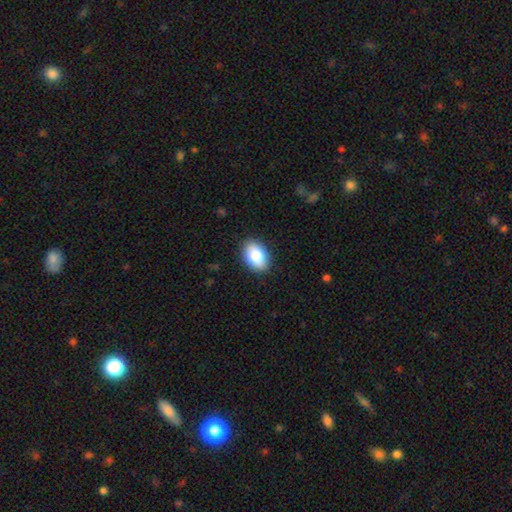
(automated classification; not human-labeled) smooth 80%, featured or disk 12%, star or artifact 8%. Down the decision tree: how rounded — in between (84%); merging — none (89%).